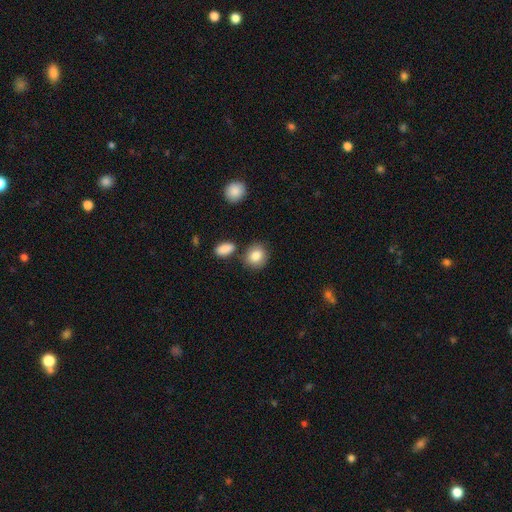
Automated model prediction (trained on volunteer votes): smooth 85%, star or artifact 8%, featured or disk 7%. Down the decision tree: how rounded — round (71%); merging — none (76%).